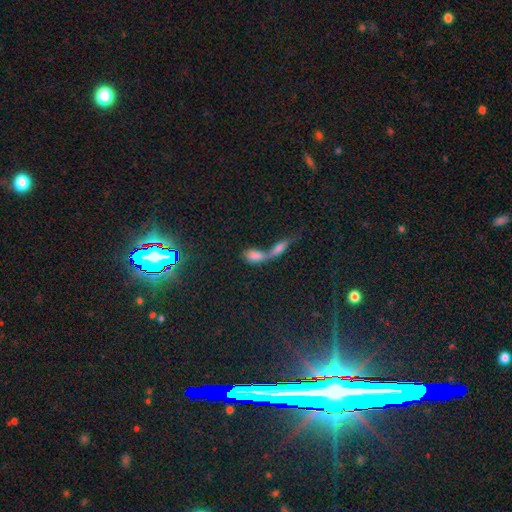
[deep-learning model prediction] Overall: smooth (65%). How rounded: in between (74%). Merging: merger (72%).